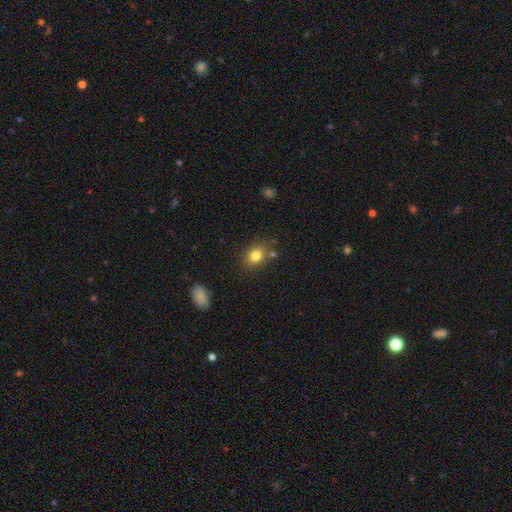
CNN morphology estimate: Smooth or featured? Predicted: smooth (p=0.80). How rounded? Predicted: in between (p=0.50). Merging? Predicted: none (p=0.75).